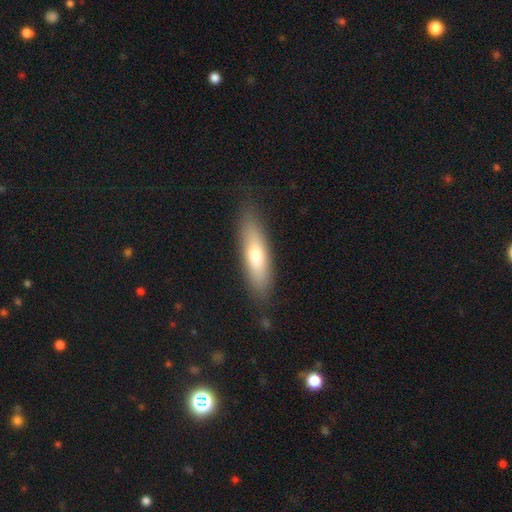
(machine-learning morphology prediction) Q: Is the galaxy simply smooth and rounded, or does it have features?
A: smooth — 70%.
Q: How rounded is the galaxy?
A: cigar-shaped — 63%.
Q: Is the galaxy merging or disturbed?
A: none — 83%.